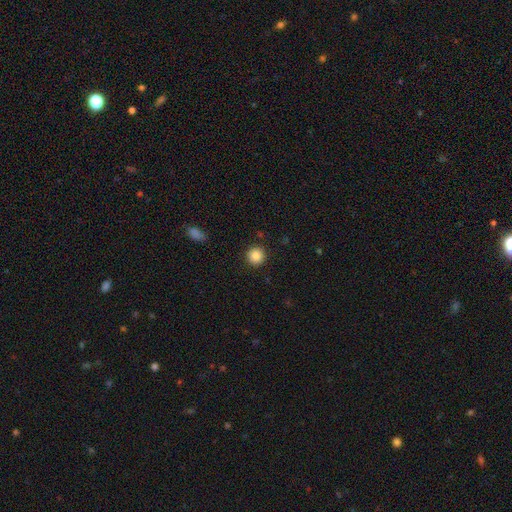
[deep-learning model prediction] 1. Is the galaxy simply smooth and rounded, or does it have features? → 86% smooth, 10% star or artifact, 5% featured or disk.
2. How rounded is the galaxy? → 94% round, 5% in between, 1% cigar-shaped.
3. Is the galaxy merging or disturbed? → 91% none, 5% minor disturbance, 2% major disturbance, 1% merger.